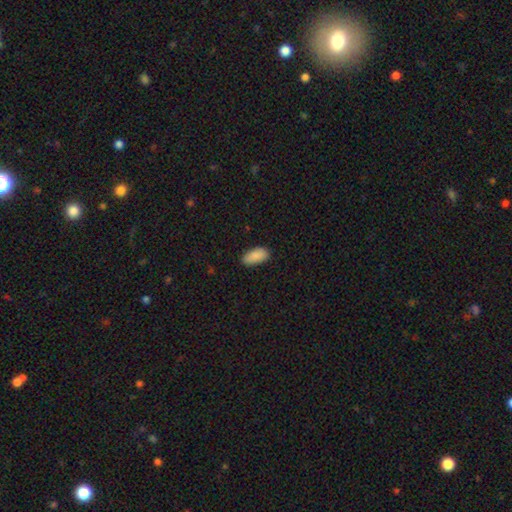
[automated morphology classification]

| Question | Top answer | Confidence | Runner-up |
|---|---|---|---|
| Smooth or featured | smooth | 89% | star or artifact (7%) |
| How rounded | in between | 93% | cigar-shaped (5%) |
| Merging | none | 83% | minor disturbance (14%) |